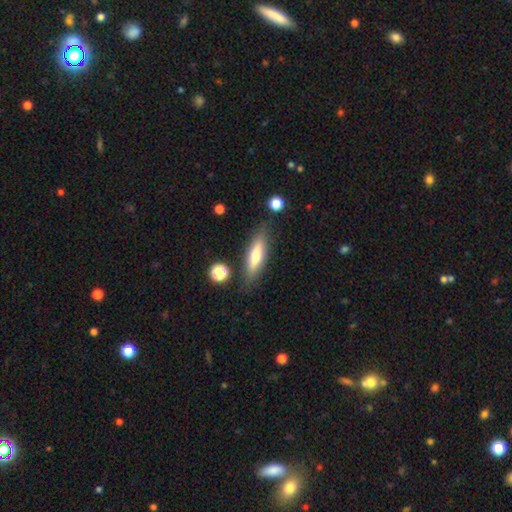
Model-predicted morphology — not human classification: This appears to be a smooth galaxy with no disk features (60%) that is cigar-shaped (64%). Merging: none (82%).